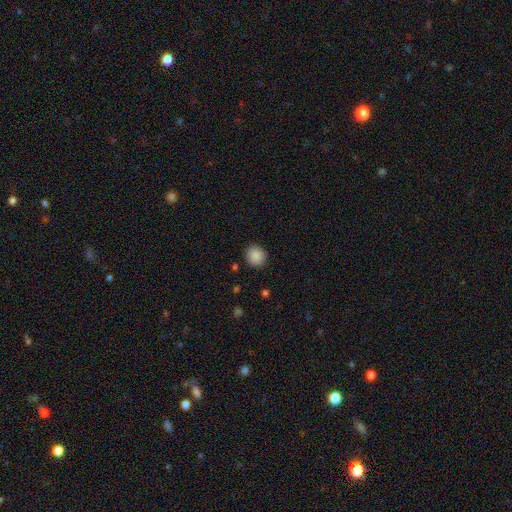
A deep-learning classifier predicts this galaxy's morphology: This is clearly a smooth galaxy (89%). How rounded: clearly round (88%). Merging: clearly none (89%).